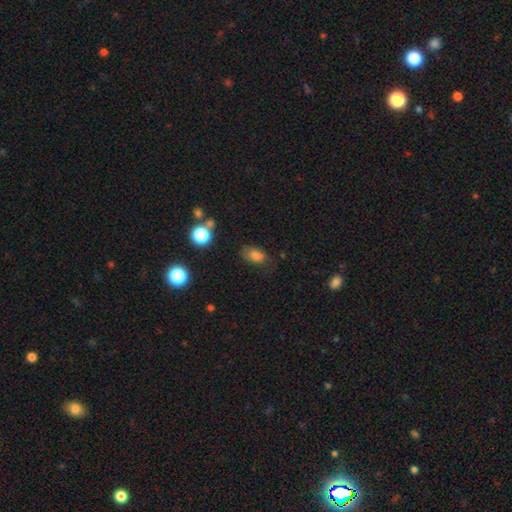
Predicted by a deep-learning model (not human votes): smooth-or-featured: smooth: 74% | star or artifact: 14% | featured or disk: 12%
  how-rounded: in between: 83% | round: 14% | cigar-shaped: 3%
  merging: none: 61% | minor disturbance: 25% | major disturbance: 9% | merger: 5%